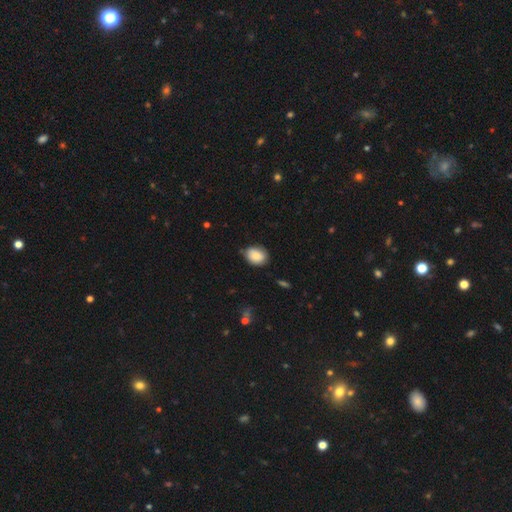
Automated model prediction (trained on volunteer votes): Smooth or featured? Predicted: smooth (p=0.87). How rounded? Predicted: in between (p=0.61). Merging? Predicted: none (p=0.75).